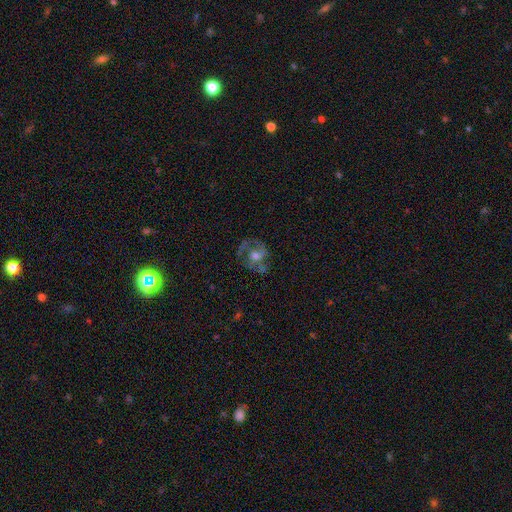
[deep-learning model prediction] Smooth or featured: featured or disk — 69% (smooth — 21%)
Edge-on disk: no — 97% (yes — 3%)
Bar: no — 68% (weak — 26%)
Spiral arms: yes — 73% (no — 27%)
Bulge size: moderate — 63% (small — 18%)
Merging: none — 58% (major disturbance — 20%)